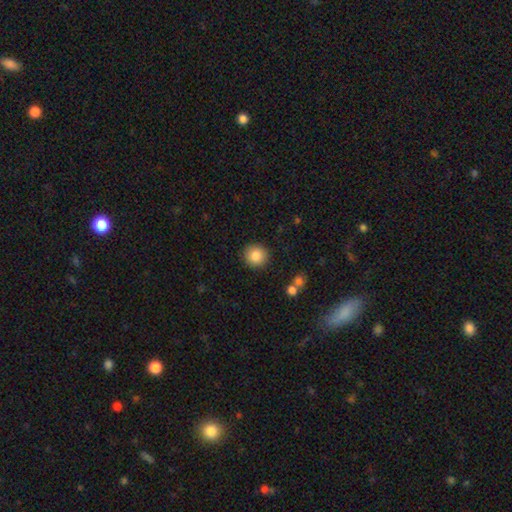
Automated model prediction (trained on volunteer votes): The model was most divided on "smooth or featured": smooth: 85%, star or artifact: 9%, featured or disk: 6%. More confident: how rounded — round (91%); merging — none (90%).